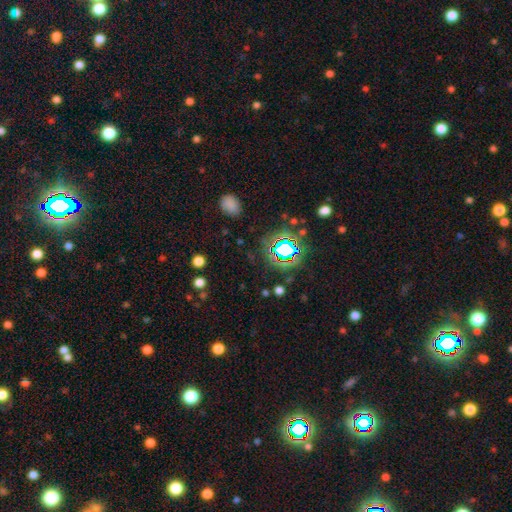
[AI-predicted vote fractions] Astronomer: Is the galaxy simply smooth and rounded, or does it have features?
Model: star or artifact — 76%.